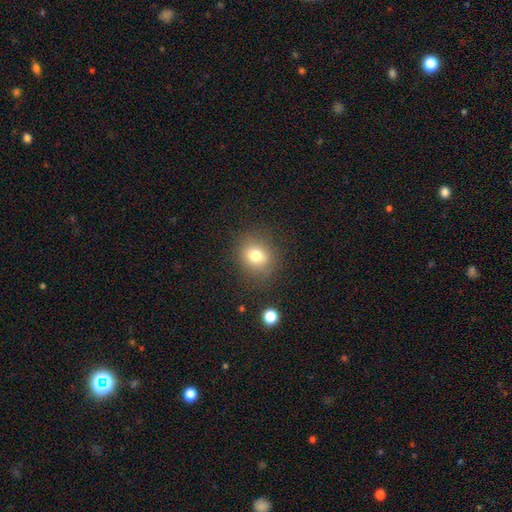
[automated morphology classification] Smooth or featured? Predicted: smooth (p=0.76). How rounded? Predicted: round (p=0.71). Merging? Predicted: none (p=0.83).